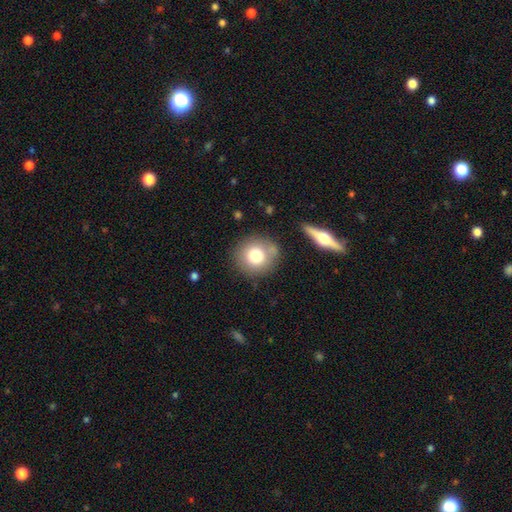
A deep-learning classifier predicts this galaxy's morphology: Q: Smooth or featured?
A: smooth (77%); runner-up: featured or disk (14%)
Q: How rounded?
A: round (91%); runner-up: in between (7%)
Q: Merging?
A: none (78%); runner-up: minor disturbance (12%)